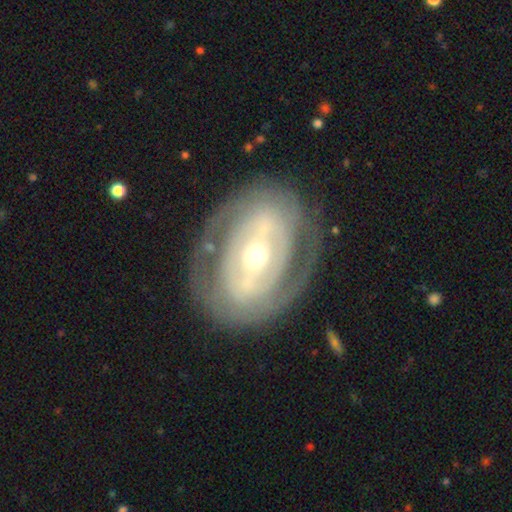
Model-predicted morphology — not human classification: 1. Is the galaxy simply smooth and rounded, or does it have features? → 78% featured or disk, 16% smooth, 5% star or artifact.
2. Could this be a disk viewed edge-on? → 94% no, 6% yes.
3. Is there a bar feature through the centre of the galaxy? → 40% strong, 30% no, 29% weak.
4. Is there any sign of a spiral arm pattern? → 57% yes, 43% no.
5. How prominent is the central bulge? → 62% moderate, 29% small, 7% large, 1% dominant, 1% none.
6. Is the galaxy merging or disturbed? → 77% none, 14% minor disturbance, 8% major disturbance, 1% merger.